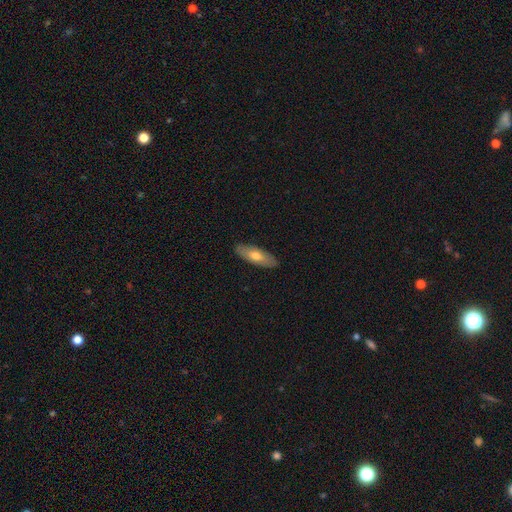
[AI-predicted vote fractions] Smooth or featured?
  - smooth: 63% *
  - featured or disk: 31%
  - star or artifact: 6%
How rounded?
  - in between: 65% *
  - cigar-shaped: 33%
  - round: 2%
Merging?
  - none: 88% *
  - minor disturbance: 9%
  - major disturbance: 2%
  - merger: 1%